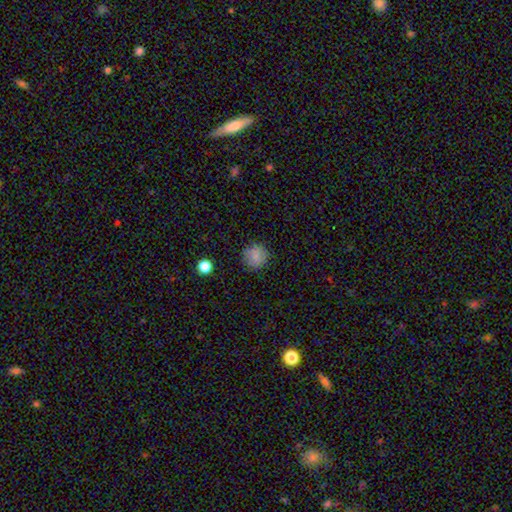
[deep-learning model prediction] The model was most divided on "smooth or featured": smooth: 81%, star or artifact: 11%, featured or disk: 7%. More confident: how rounded — round (92%); merging — none (85%).